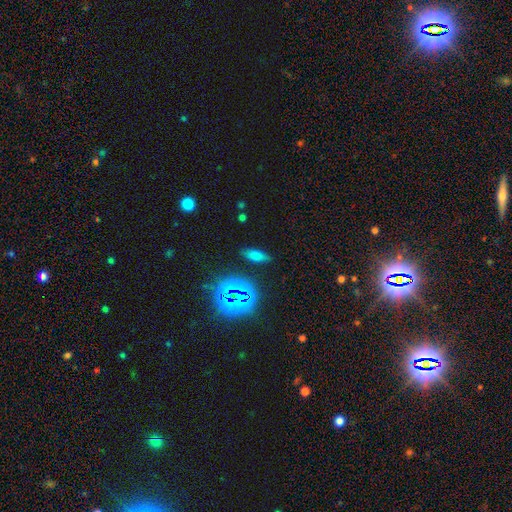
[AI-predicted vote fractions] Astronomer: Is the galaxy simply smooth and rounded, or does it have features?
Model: smooth — 66%.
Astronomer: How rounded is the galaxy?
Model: in between — 69%.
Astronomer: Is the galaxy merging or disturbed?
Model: none — 83%.